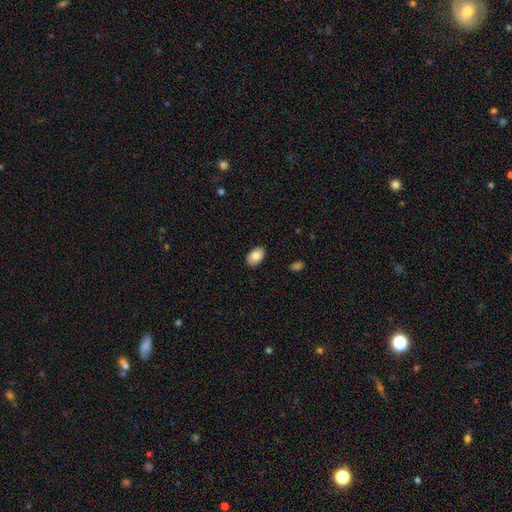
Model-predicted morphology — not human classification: Smooth or featured? Predicted: smooth (p=0.84). How rounded? Predicted: in between (p=0.90). Merging? Predicted: none (p=0.87).